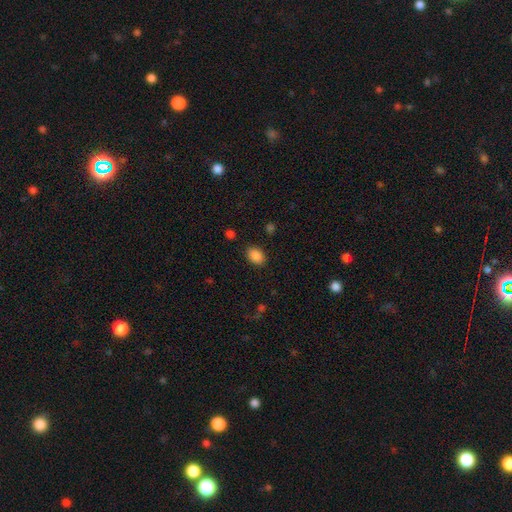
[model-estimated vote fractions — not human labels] A smooth galaxy with no disk features (87%) that is in between round and cigar-shaped (78%).

Vote fractions:
- Smooth or featured? smooth: 87% / star or artifact: 9% / featured or disk: 3%
- How rounded? in between: 78% / round: 21% / cigar-shaped: 1%
- Merging? none: 86% / minor disturbance: 10% / major disturbance: 3% / merger: 2%